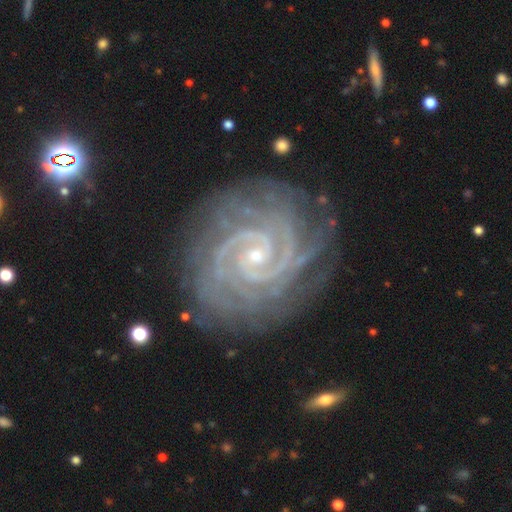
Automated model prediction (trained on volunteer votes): The model was most divided on "spiral arm count": 2: 42%, 3: 18%, 4: 13%, can't tell: 10%, more than 4: 10%, 1: 7%. More confident: spiral arms — yes (99%); edge-on disk — no (98%); smooth or featured — featured or disk (93%); bulge size — small (83%); spiral winding — tight (82%); merging — none (80%); bar — no (56%).